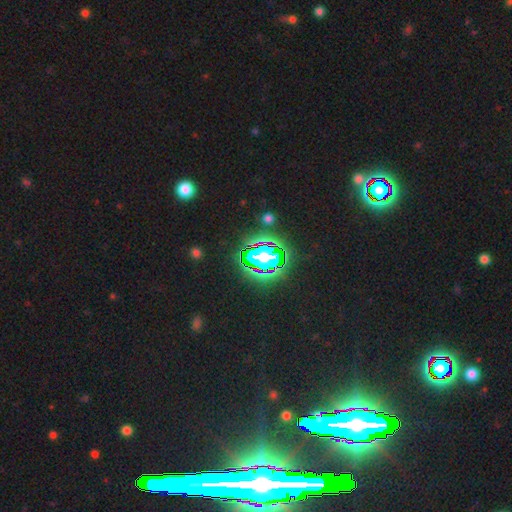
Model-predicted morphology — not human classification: This appears to be a star or artifact, not a galaxy (83%).